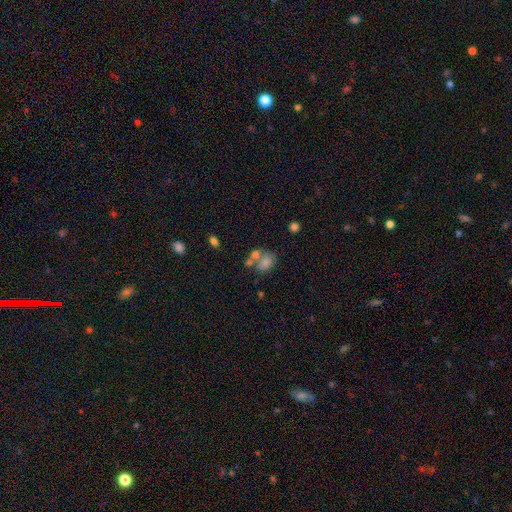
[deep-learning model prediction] This is likely a smooth galaxy (66%). How rounded: possibly in between (60%). Merging: marginally merger (45%).